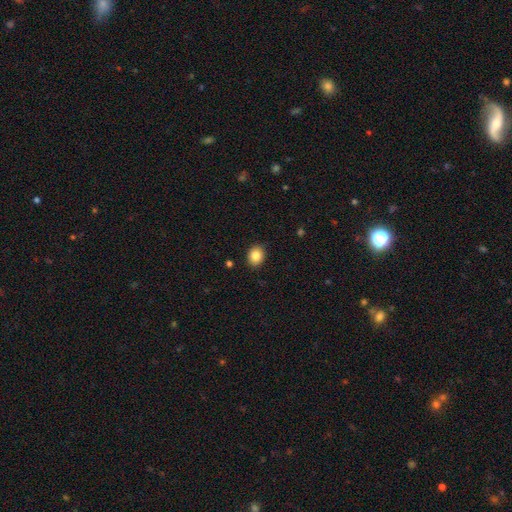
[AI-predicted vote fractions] This is clearly a smooth galaxy (84%). How rounded: possibly round (55%). Merging: clearly none (89%).